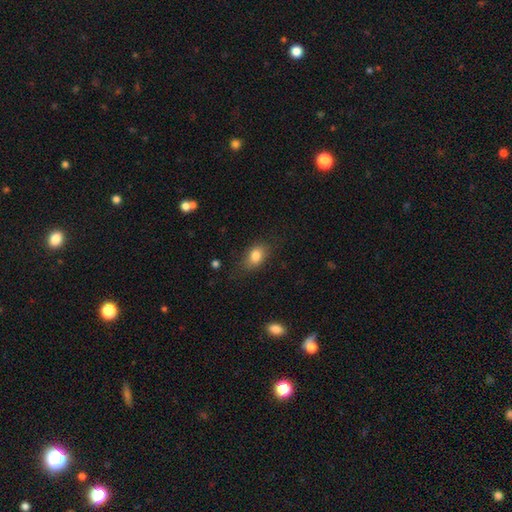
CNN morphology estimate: A smooth galaxy with no disk features (81%) that is in between round and cigar-shaped (78%).

Vote fractions:
- Smooth or featured? smooth: 81% / featured or disk: 10% / star or artifact: 9%
- How rounded? in between: 78% / round: 19% / cigar-shaped: 2%
- Merging? none: 73% / minor disturbance: 19% / major disturbance: 6% / merger: 2%